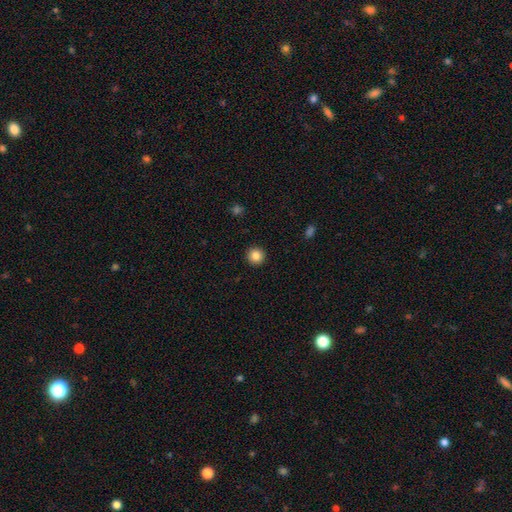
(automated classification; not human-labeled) This appears to be a smooth galaxy with no disk features (85%) that is round (95%). Merging: none (93%).